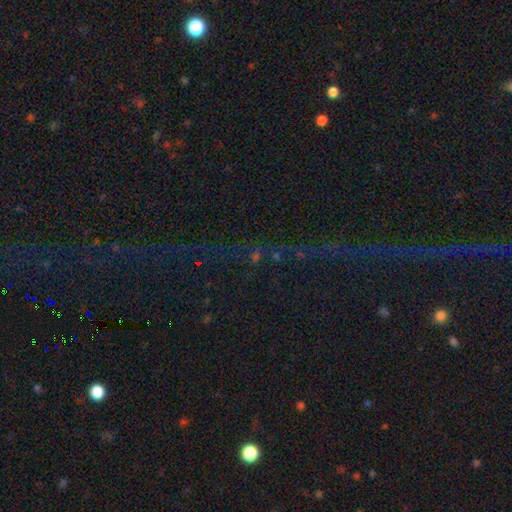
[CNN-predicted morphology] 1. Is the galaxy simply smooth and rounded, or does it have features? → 70% star or artifact, 16% smooth, 13% featured or disk.